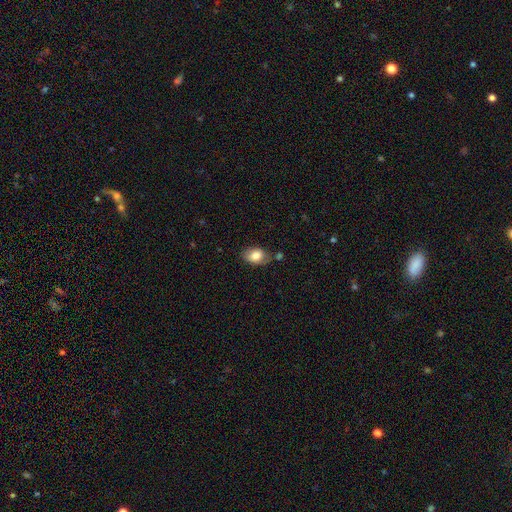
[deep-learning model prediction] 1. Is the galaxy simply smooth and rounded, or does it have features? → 82% smooth, 11% featured or disk, 8% star or artifact.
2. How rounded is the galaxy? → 83% in between, 15% round, 1% cigar-shaped.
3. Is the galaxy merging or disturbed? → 71% none, 19% minor disturbance, 6% merger, 4% major disturbance.